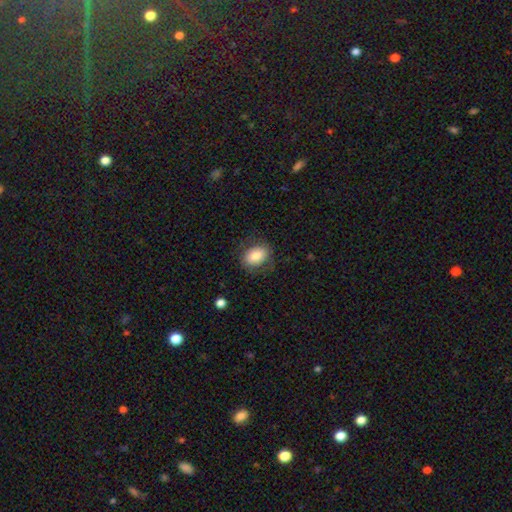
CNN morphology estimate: The model was most divided on "how rounded": in between: 70%, round: 29%, cigar-shaped: 1%. More confident: smooth or featured — smooth (79%); merging — none (79%).